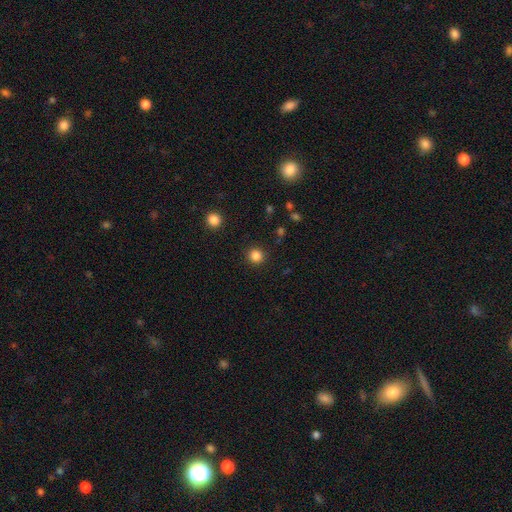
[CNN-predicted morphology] smooth 84%, star or artifact 12%, featured or disk 4%. Down the decision tree: how rounded — round (94%); merging — none (91%).